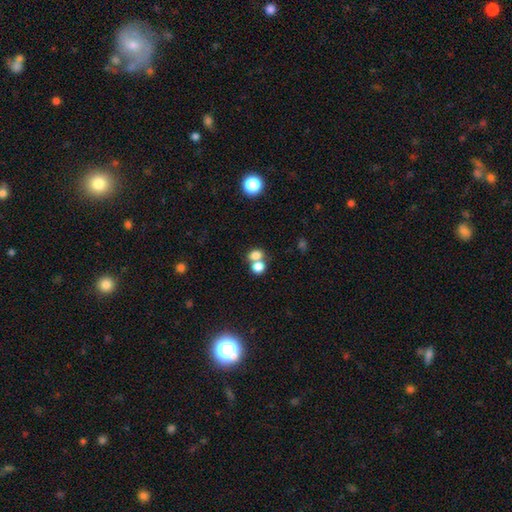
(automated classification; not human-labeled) Morphology: type=smooth (77%); roundness=round (52%); merging=merger (54%).